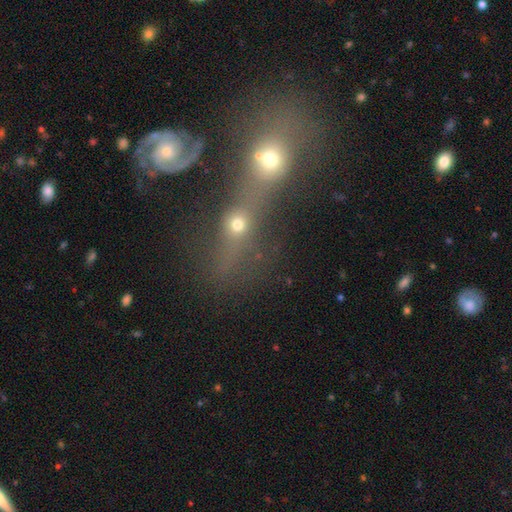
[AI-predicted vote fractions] Morphology: type=featured or disk (46%); merging=merger (60%).